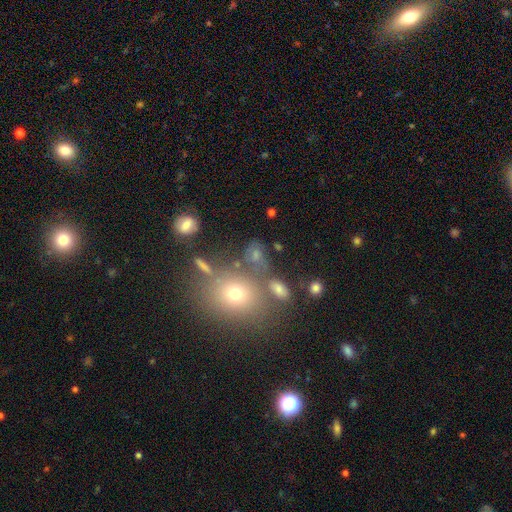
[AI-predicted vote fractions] A smooth galaxy with no disk features (60%) that is in between round and cigar-shaped (56%).

Vote fractions:
- Smooth or featured? smooth: 60% / star or artifact: 20% / featured or disk: 20%
- How rounded? in between: 56% / round: 40% / cigar-shaped: 5%
- Merging? none: 49% / merger: 21% / minor disturbance: 17% / major disturbance: 13%